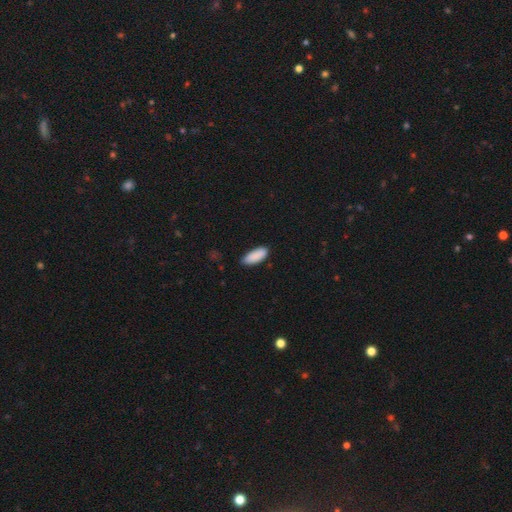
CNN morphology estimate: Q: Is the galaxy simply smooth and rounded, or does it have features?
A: smooth — 90%.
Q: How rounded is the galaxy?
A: in between — 78%.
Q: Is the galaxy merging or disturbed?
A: none — 82%.